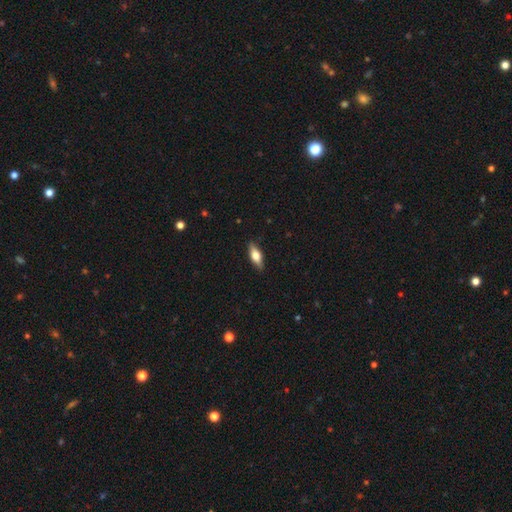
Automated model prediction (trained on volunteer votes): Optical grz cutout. It shows a smooth galaxy with no disk features (59%) that is in between round and cigar-shaped (62%). Merging: none (87%).